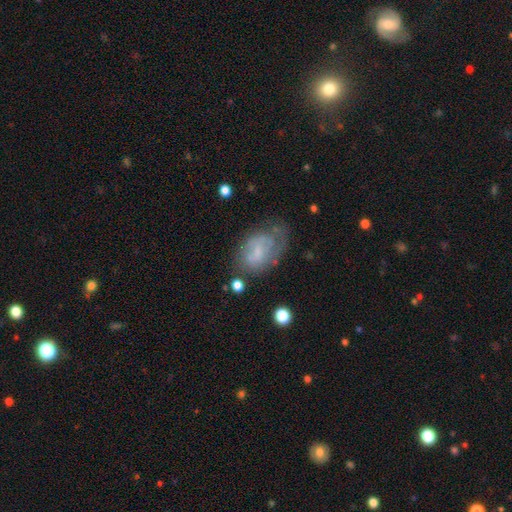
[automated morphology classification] smooth_or_featured: featured or disk (p=0.49) [alt: smooth p=0.37]
merging: none (p=0.50) [alt: minor disturbance p=0.28]